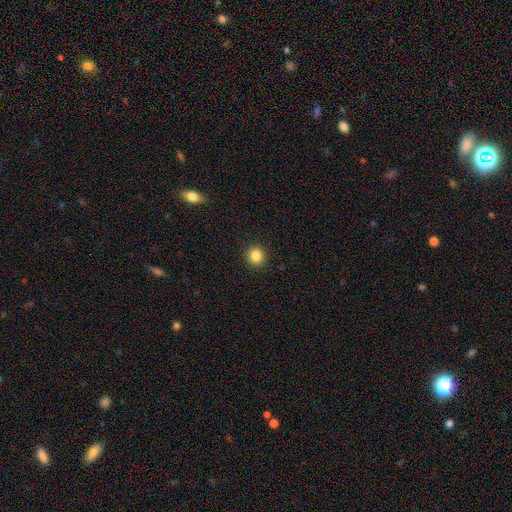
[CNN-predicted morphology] Smooth or featured? Predicted: smooth (p=0.85). How rounded? Predicted: round (p=0.90). Merging? Predicted: none (p=0.92).